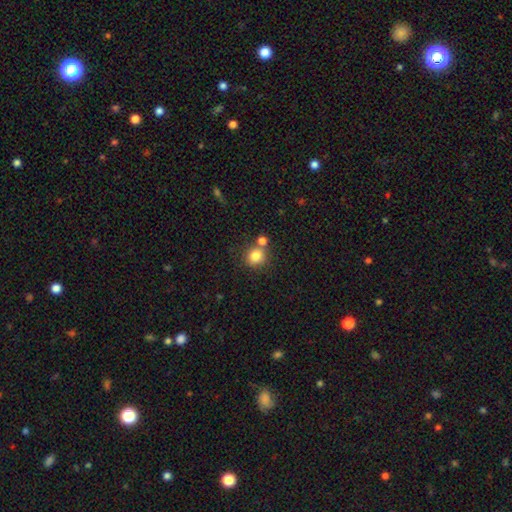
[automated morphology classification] Smooth or featured: smooth — 81% (star or artifact — 11%)
How rounded: round — 86% (in between — 13%)
Merging: none — 64% (merger — 23%)